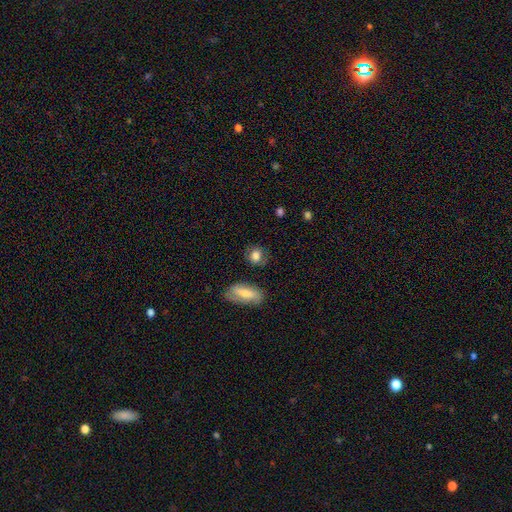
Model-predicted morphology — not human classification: smooth_or_featured: smooth (p=0.80) [alt: featured or disk p=0.12]
how_rounded: round (p=0.59) [alt: in between p=0.39]
merging: none (p=0.74) [alt: minor disturbance p=0.17]